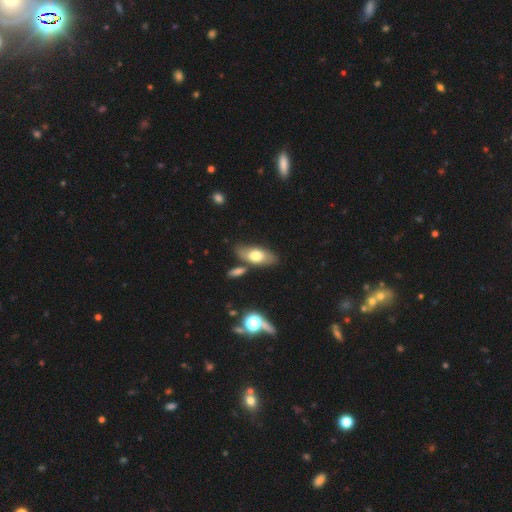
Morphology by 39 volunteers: A smooth galaxy with no disk features (51%) that is in between round and cigar-shaped (95%). Merging: none (73%).